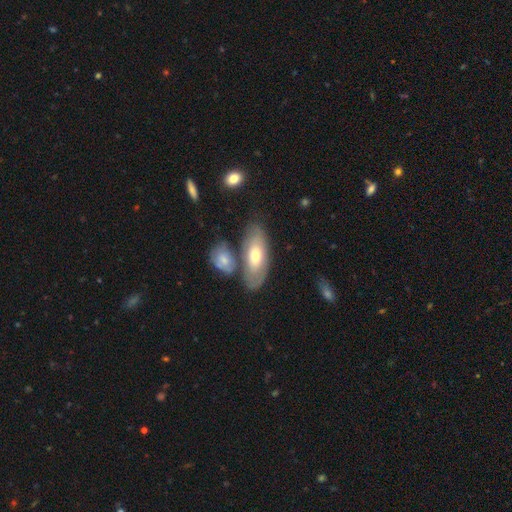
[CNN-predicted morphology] Smooth or featured? smooth (56%)
How rounded? in between (83%)
Merging? none (64%)